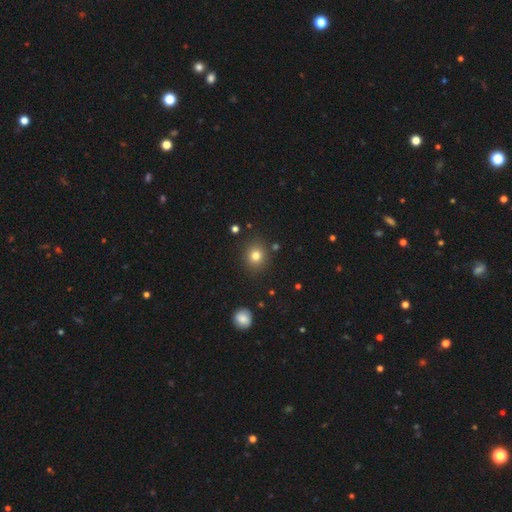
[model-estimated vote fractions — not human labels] This appears to be a smooth galaxy with no disk features (79%) that is round (80%). Merging: none (86%).